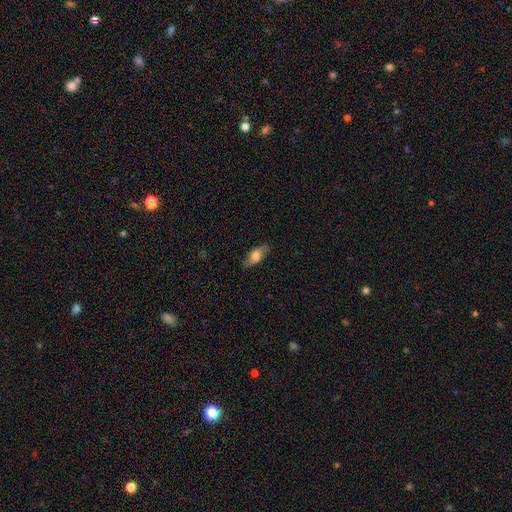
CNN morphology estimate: Overall: smooth (63%; featured or disk 31%). How rounded: in between (79%). Merging: none (84%).